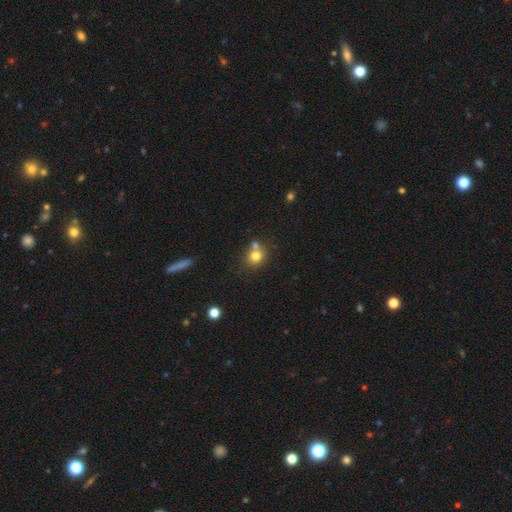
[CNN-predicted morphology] This appears to be a smooth galaxy with no disk features (76%) that is round (77%). Merging: none (50%).